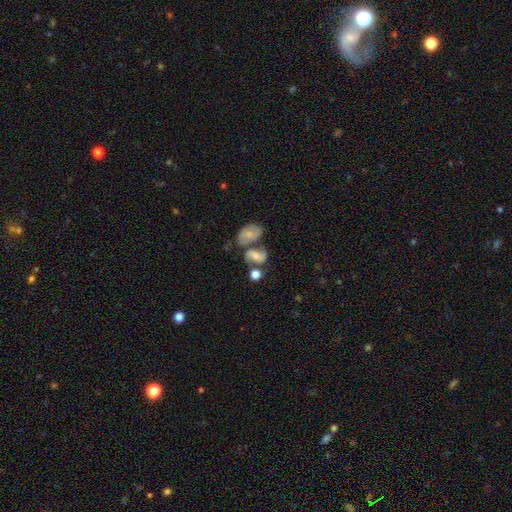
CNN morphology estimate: Smooth or featured: featured or disk — 52% (smooth — 36%)
Edge-on disk: no — 96% (yes — 4%)
Bar: no — 62% (weak — 29%)
Spiral arms: yes — 80% (no — 20%)
Bulge size: moderate — 45% (small — 38%)
Merging: merger — 48% (none — 29%)